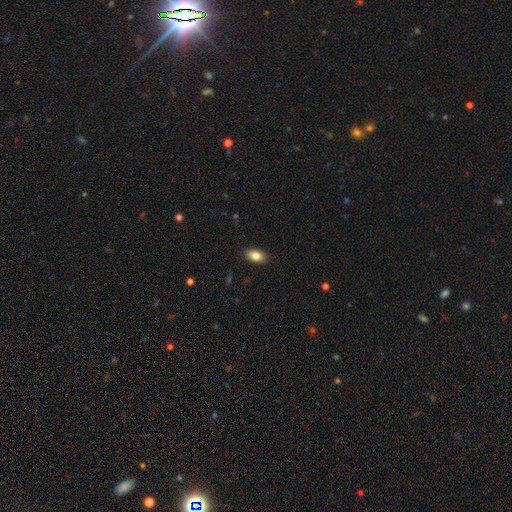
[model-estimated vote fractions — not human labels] Morphology: type=smooth (84%); roundness=in between (91%); merging=none (89%).